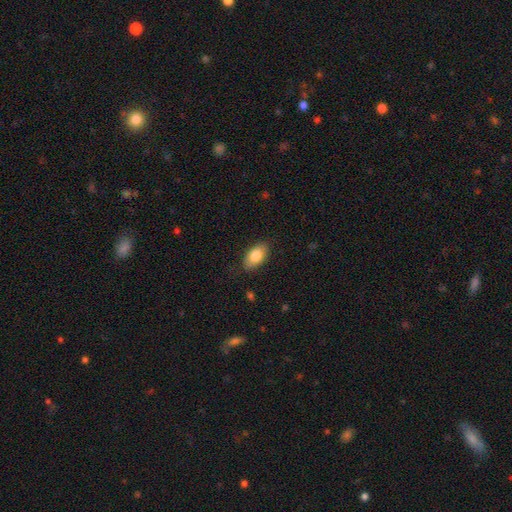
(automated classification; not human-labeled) Smooth or featured? Predicted: smooth (p=0.82). How rounded? Predicted: in between (p=0.92). Merging? Predicted: none (p=0.84).